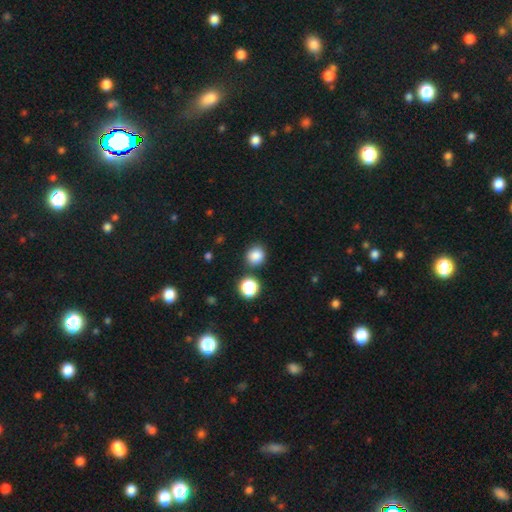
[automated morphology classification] Smooth or featured?
  - smooth: 84% *
  - star or artifact: 12%
  - featured or disk: 4%
How rounded?
  - round: 84% *
  - in between: 15%
  - cigar-shaped: 1%
Merging?
  - none: 81% *
  - minor disturbance: 10%
  - merger: 6%
  - major disturbance: 3%